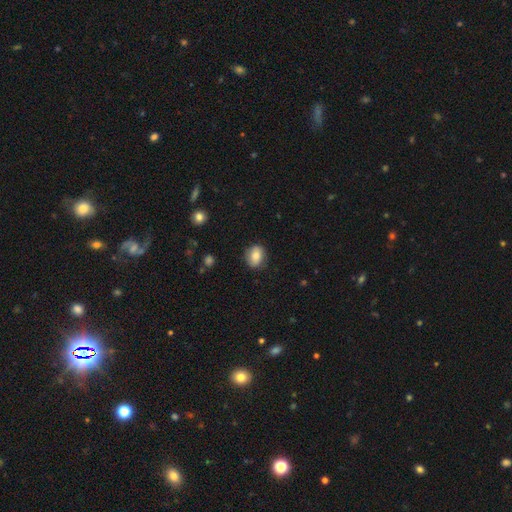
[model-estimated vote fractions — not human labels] This is likely a smooth galaxy (80%). How rounded: possibly in between (60%). Merging: clearly none (82%).